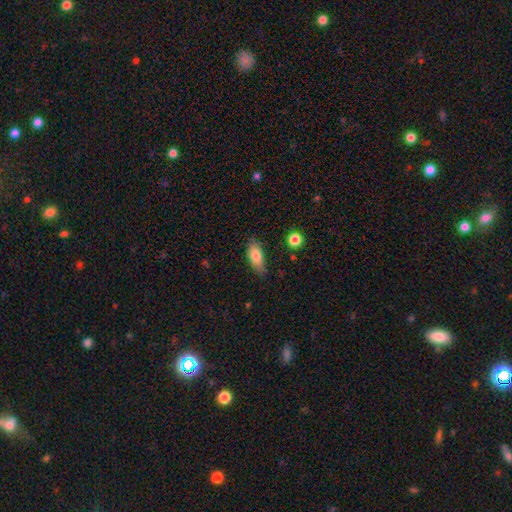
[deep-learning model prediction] Morphology: type=smooth (77%); roundness=in between (77%); merging=none (75%).